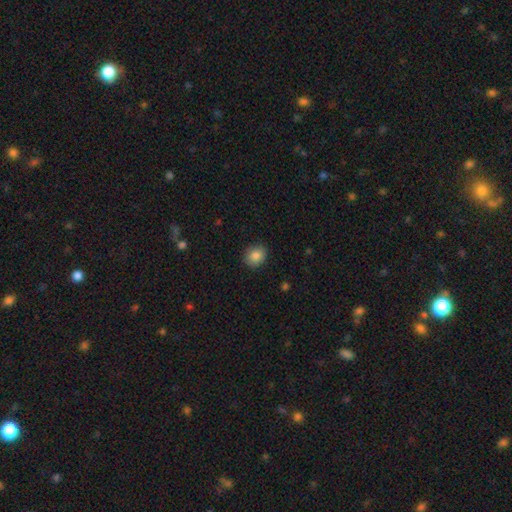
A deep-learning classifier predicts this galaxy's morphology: Smooth or featured?
  - smooth: 85% *
  - star or artifact: 9%
  - featured or disk: 6%
How rounded?
  - round: 68% *
  - in between: 31%
  - cigar-shaped: 1%
Merging?
  - none: 88% *
  - minor disturbance: 9%
  - major disturbance: 2%
  - merger: 1%